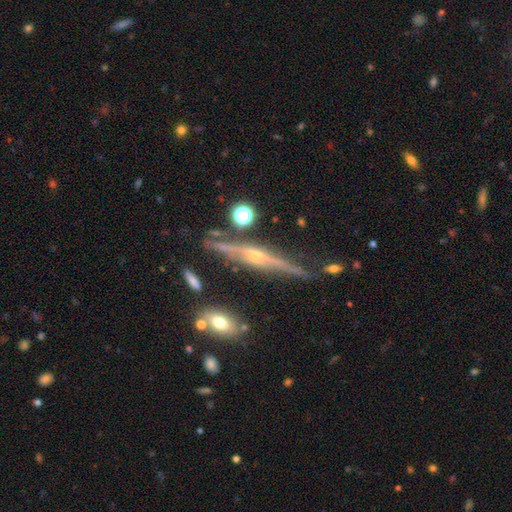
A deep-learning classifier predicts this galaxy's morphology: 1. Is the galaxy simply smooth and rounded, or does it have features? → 83% featured or disk, 9% smooth, 8% star or artifact.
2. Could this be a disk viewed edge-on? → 95% yes, 5% no.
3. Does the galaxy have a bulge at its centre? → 83% rounded, 12% none, 5% boxy.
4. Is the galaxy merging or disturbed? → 74% none, 17% minor disturbance, 5% major disturbance, 5% merger.